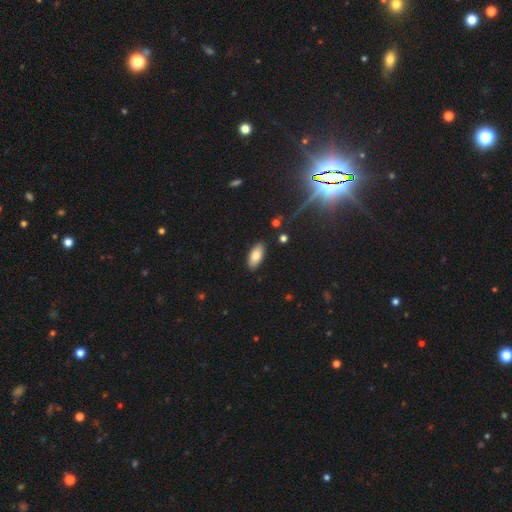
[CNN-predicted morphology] Smooth or featured?
  - smooth: 78% *
  - featured or disk: 14%
  - star or artifact: 8%
How rounded?
  - in between: 90% *
  - cigar-shaped: 7%
  - round: 2%
Merging?
  - none: 88% *
  - minor disturbance: 8%
  - major disturbance: 2%
  - merger: 1%